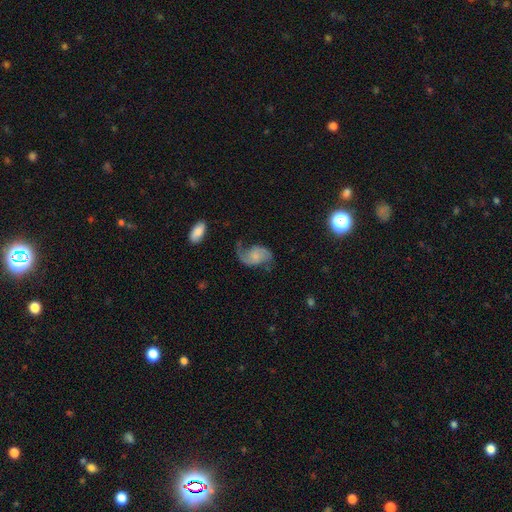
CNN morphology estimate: This is likely a featured or disk galaxy (77%). It is clearly not viewed edge-on (98%). Bar: likely no (66%). Spiral arm pattern: clearly yes (94%). Spiral arm count: clearly 2 (80%). Spiral winding: possibly loose (57%). Central bulge: marginally small (41%). Merging: possibly none (53%).